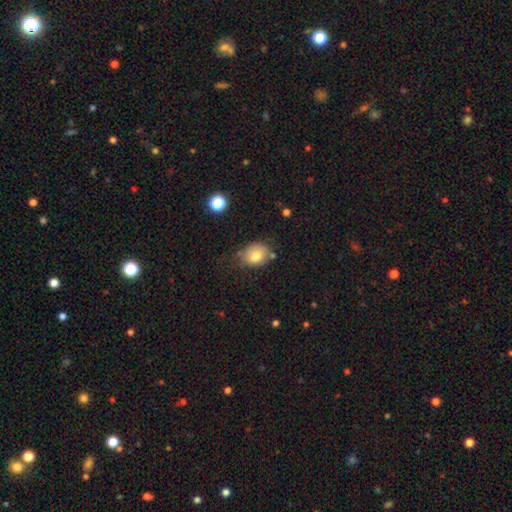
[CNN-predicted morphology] type=smooth (78%); roundness=in between (50%); merging=none (57%).